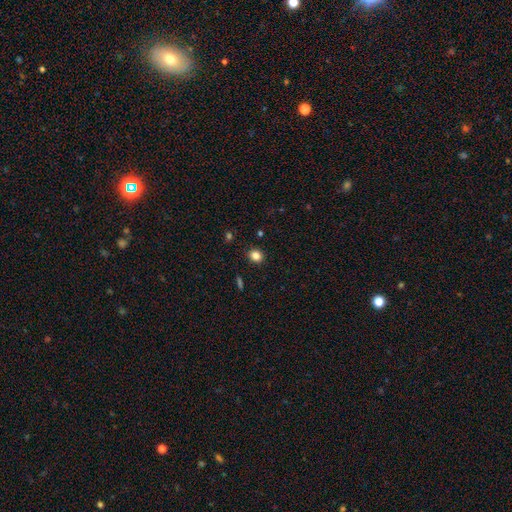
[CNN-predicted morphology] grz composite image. It shows a smooth galaxy with no disk features (83%) that is round (74%). Merging: none (90%).